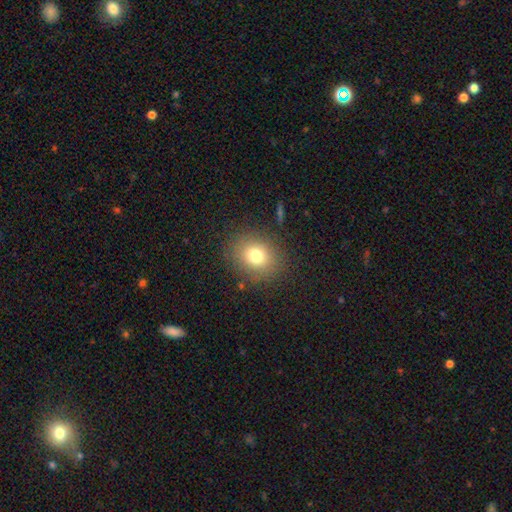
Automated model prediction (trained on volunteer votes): A smooth galaxy with no disk features (76%) that is round (65%). Merging: none (85%).